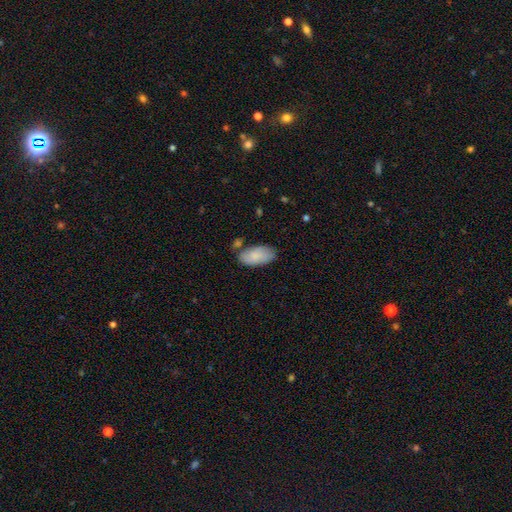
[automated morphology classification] This appears to be a smooth galaxy with no disk features (84%) that is in between round and cigar-shaped (95%). Merging: none (69%).